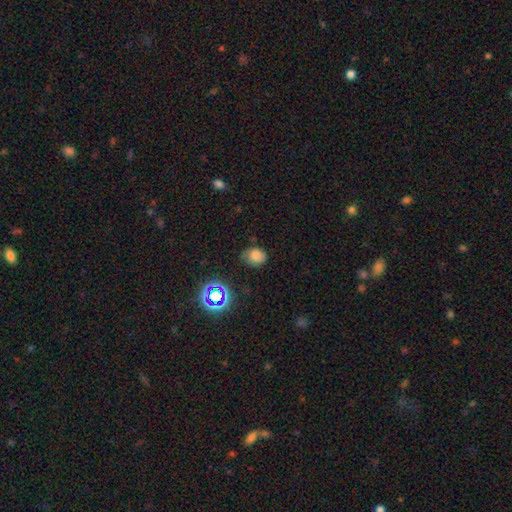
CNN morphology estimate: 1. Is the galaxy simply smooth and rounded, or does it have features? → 71% smooth, 17% star or artifact, 12% featured or disk.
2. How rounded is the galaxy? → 51% round, 48% in between, 1% cigar-shaped.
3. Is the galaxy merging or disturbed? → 65% none, 27% minor disturbance, 6% major disturbance, 2% merger.